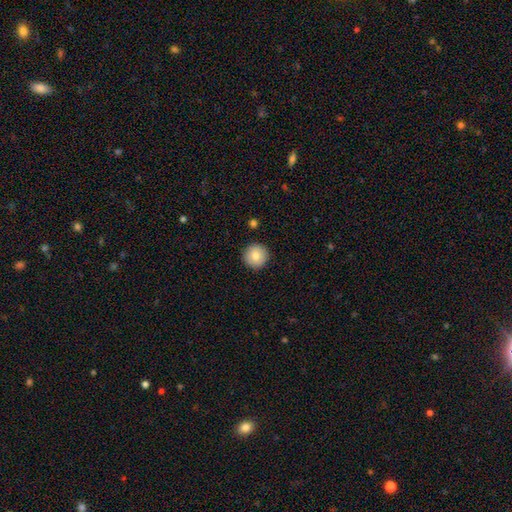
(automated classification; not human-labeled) Smooth or featured? smooth (82%)
How rounded? round (96%)
Merging? none (92%)